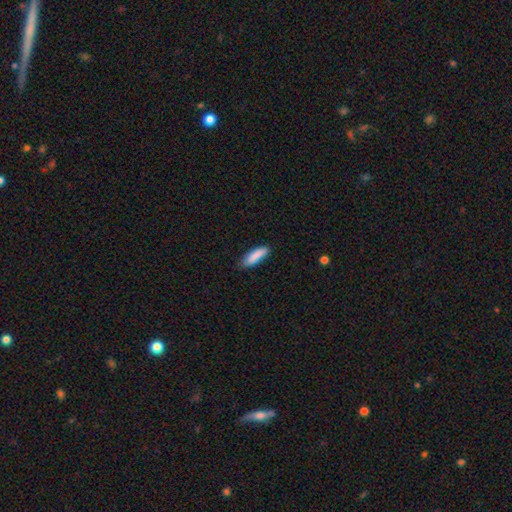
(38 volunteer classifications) smooth_or_featured: smooth (p=0.89) [alt: featured or disk p=0.05]
how_rounded: cigar-shaped (p=0.59) [alt: in between p=0.38]
merging: none (p=0.64) [alt: minor disturbance p=0.31]